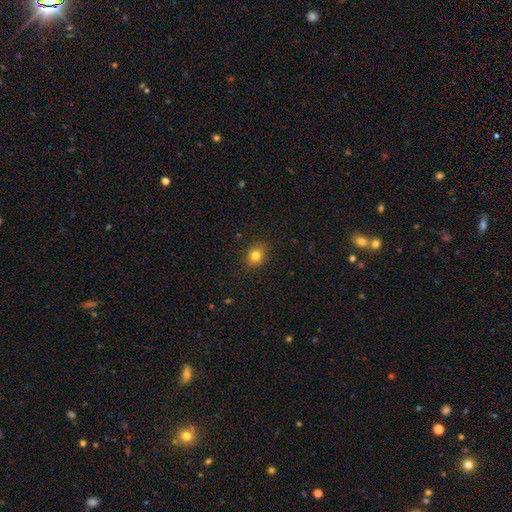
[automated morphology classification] Q: Smooth or featured?
A: smooth (79%); runner-up: star or artifact (13%)
Q: How rounded?
A: round (74%); runner-up: in between (25%)
Q: Merging?
A: none (90%); runner-up: minor disturbance (7%)